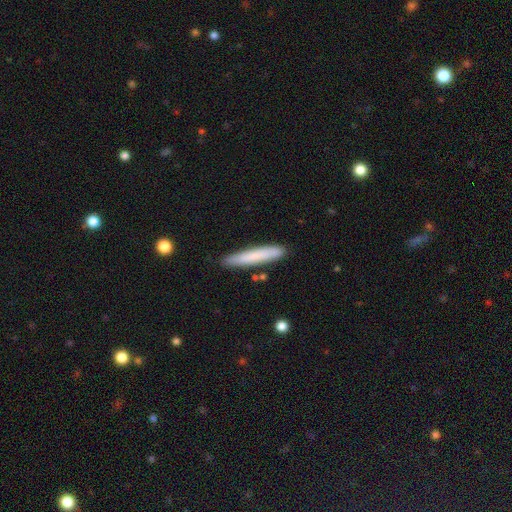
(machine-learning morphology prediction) Q: Smooth or featured?
A: smooth (76%); runner-up: featured or disk (18%)
Q: How rounded?
A: cigar-shaped (94%); runner-up: in between (5%)
Q: Merging?
A: none (85%); runner-up: minor disturbance (11%)